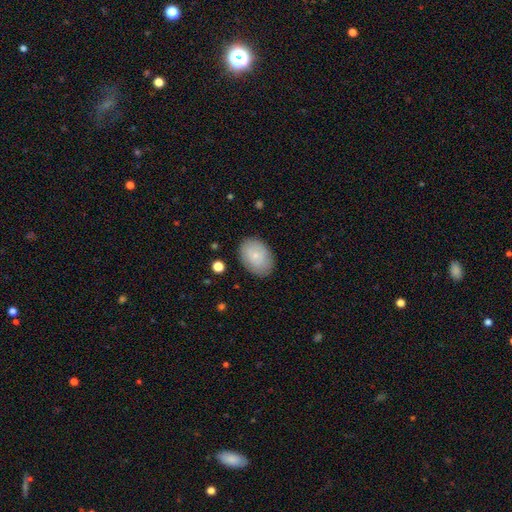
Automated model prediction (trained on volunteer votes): Q: Smooth or featured?
A: smooth (78%); runner-up: featured or disk (15%)
Q: How rounded?
A: in between (80%); runner-up: round (19%)
Q: Merging?
A: none (84%); runner-up: minor disturbance (12%)